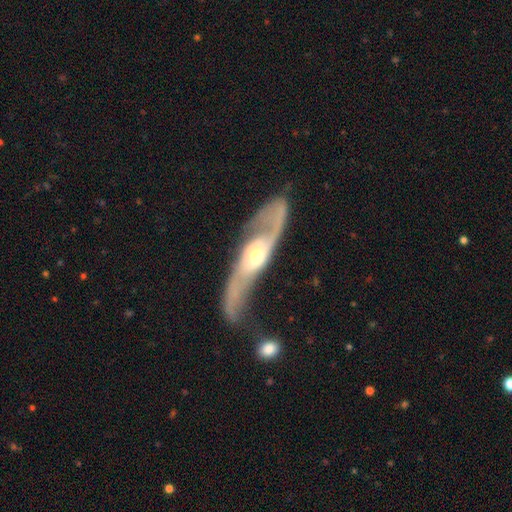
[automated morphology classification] Overall: featured or disk (88%). Edge-on disk: no (83%). Bar: no (50%; weak 32%). Spiral arms: yes (94%). Spiral arm count: 2 (91%). Spiral winding: loose (61%; medium 29%). Bulge size: moderate (51%; small 39%). Merging: none (58%; minor disturbance 18%).